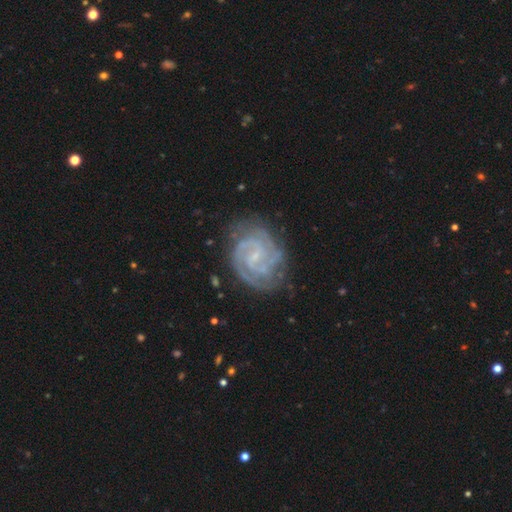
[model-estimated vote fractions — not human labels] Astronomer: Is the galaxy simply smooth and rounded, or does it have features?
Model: featured or disk — 90%.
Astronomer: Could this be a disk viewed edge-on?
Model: no — 98%.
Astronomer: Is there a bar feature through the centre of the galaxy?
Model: weak — 45% (runner-up: no, 40%).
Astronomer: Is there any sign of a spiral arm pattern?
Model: yes — 98%.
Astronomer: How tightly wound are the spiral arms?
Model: tight — 69%.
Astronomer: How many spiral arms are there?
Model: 2 — 56%.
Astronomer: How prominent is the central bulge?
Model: small — 74%.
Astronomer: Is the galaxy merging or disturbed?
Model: none — 76%.